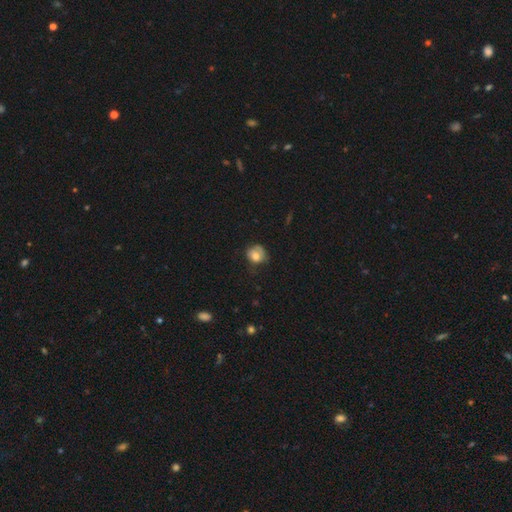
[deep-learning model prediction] Smooth or featured? Predicted: smooth (p=0.70). How rounded? Predicted: round (p=0.68). Merging? Predicted: none (p=0.47).